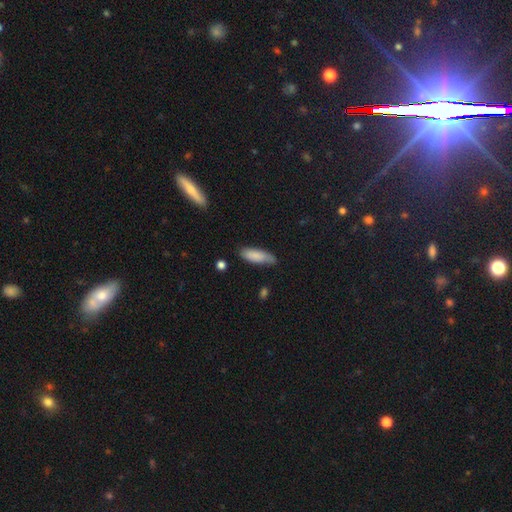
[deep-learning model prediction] smooth_or_featured: smooth (p=0.83) [alt: featured or disk p=0.11]
how_rounded: in between (p=0.57) [alt: cigar-shaped p=0.41]
merging: none (p=0.72) [alt: minor disturbance p=0.22]